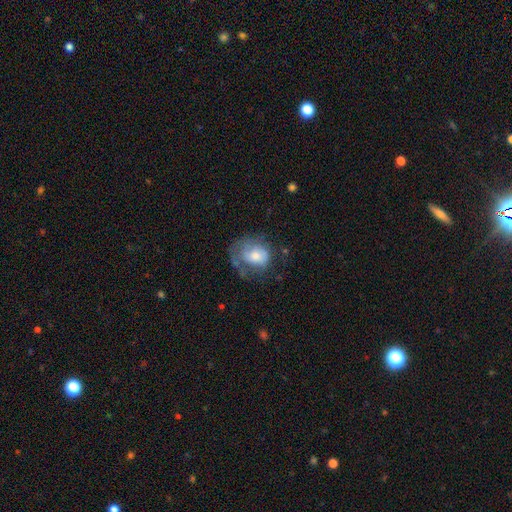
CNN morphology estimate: The model was most divided on "how rounded": round: 54%, in between: 45%, cigar-shaped: 1%. Remaining: smooth or featured — smooth (52%); merging — none (40%).